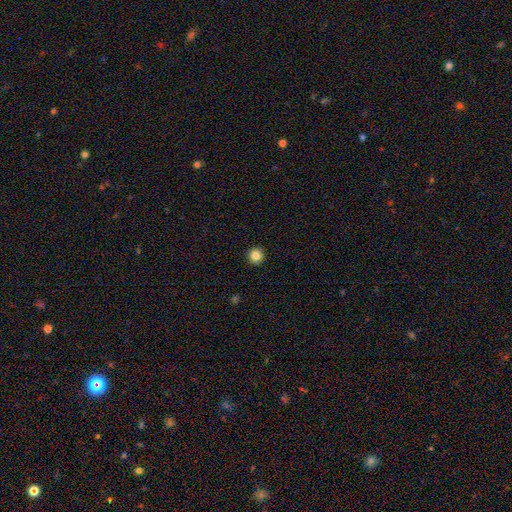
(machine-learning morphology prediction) Smooth or featured? smooth (85%)
How rounded? round (96%)
Merging? none (94%)